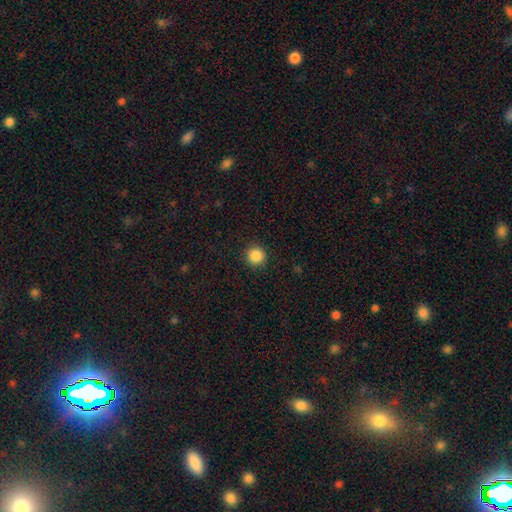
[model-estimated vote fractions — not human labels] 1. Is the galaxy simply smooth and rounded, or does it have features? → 87% smooth, 10% star or artifact, 3% featured or disk.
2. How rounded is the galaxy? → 95% round, 5% in between, 1% cigar-shaped.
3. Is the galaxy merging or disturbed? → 92% none, 5% minor disturbance, 2% major disturbance, 1% merger.